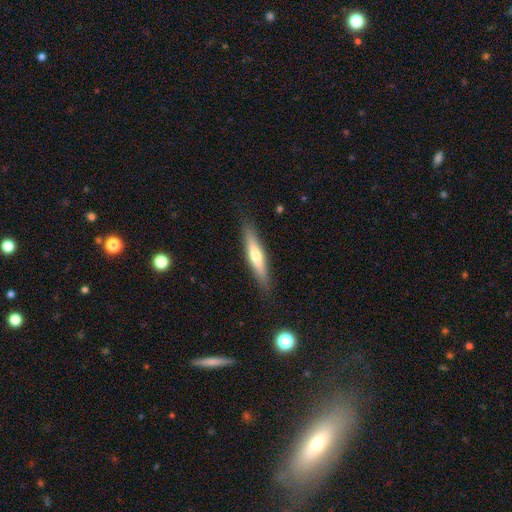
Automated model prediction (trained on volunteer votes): Q: Smooth or featured?
A: featured or disk (48%); runner-up: smooth (46%)
Q: Merging?
A: none (87%); runner-up: minor disturbance (9%)